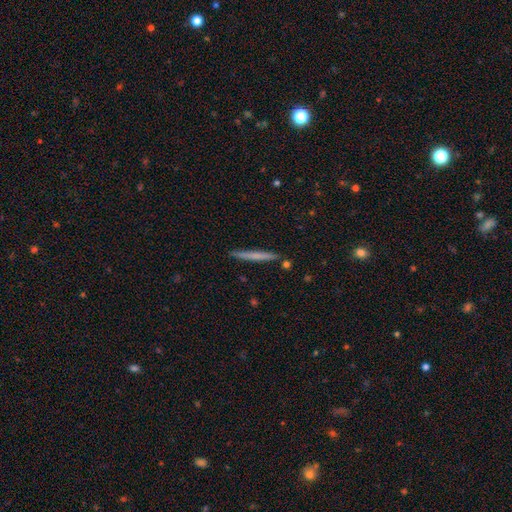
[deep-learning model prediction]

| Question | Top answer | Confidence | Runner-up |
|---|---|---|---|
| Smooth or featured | smooth | 59% | featured or disk (36%) |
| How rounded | cigar-shaped | 97% | in between (2%) |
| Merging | none | 89% | minor disturbance (7%) |